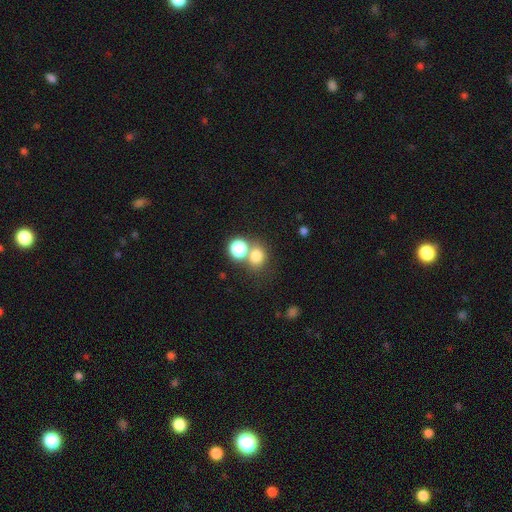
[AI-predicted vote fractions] smooth_or_featured: smooth (p=0.75) [alt: star or artifact p=0.16]
how_rounded: round (p=0.76) [alt: in between p=0.23]
merging: none (p=0.56) [alt: merger p=0.32]